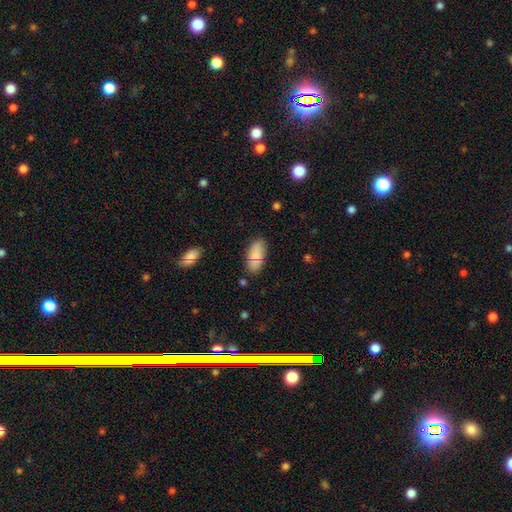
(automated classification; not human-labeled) A smooth galaxy with no disk features (84%) that is in between round and cigar-shaped (89%).

Vote fractions:
- Smooth or featured? smooth: 84% / featured or disk: 9% / star or artifact: 7%
- How rounded? in between: 89% / cigar-shaped: 9% / round: 2%
- Merging? none: 78% / minor disturbance: 15% / merger: 4% / major disturbance: 4%